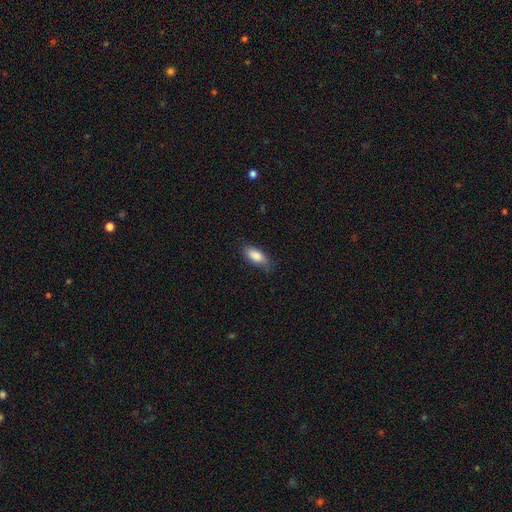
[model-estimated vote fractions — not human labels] smooth 85%, featured or disk 8%, star or artifact 7%. Down the decision tree: how rounded — in between (85%); merging — none (72%).